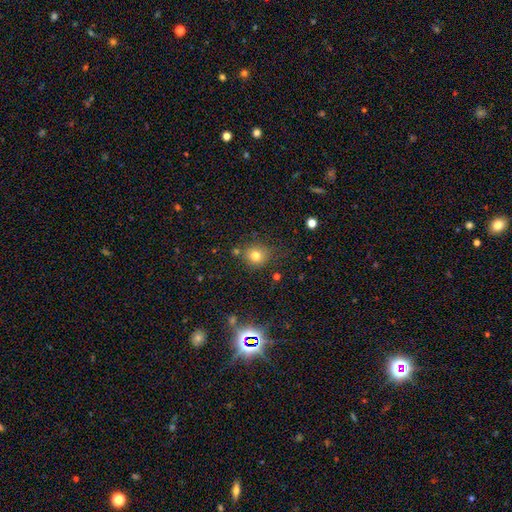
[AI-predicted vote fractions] A smooth galaxy with no disk features (78%) that is round (85%). Merging: none (77%).